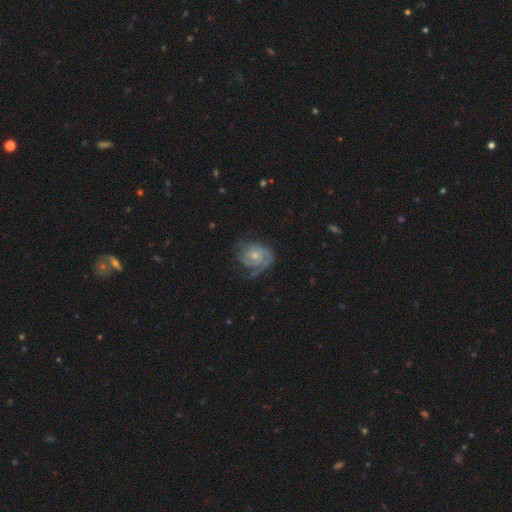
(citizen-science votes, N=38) Q: Smooth or featured?
A: featured or disk (84%); runner-up: star or artifact (11%)
Q: Edge-on disk?
A: no (94%); runner-up: yes (6%)
Q: Bar?
A: no (73%); runner-up: weak (27%)
Q: Spiral arms?
A: yes (100%)
Q: Spiral winding?
A: tight (73%); runner-up: medium (23%)
Q: Spiral arm count?
A: 2 (57%); runner-up: 3 (27%)
Q: Bulge size?
A: small (63%); runner-up: moderate (33%)
Q: Merging?
A: none (56%); runner-up: minor disturbance (29%)